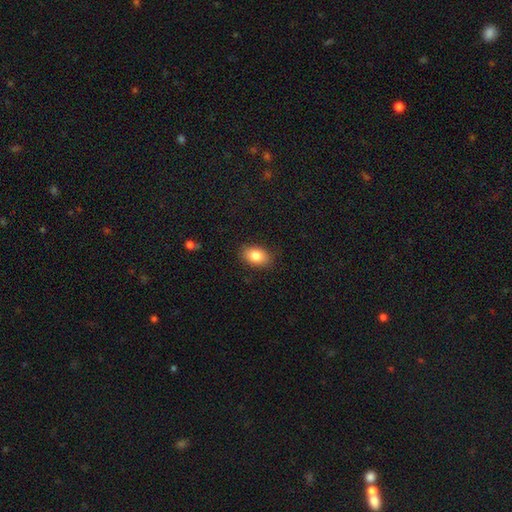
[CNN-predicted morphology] This appears to be a smooth galaxy with no disk features (84%) that is in between round and cigar-shaped (83%). Merging: none (85%).